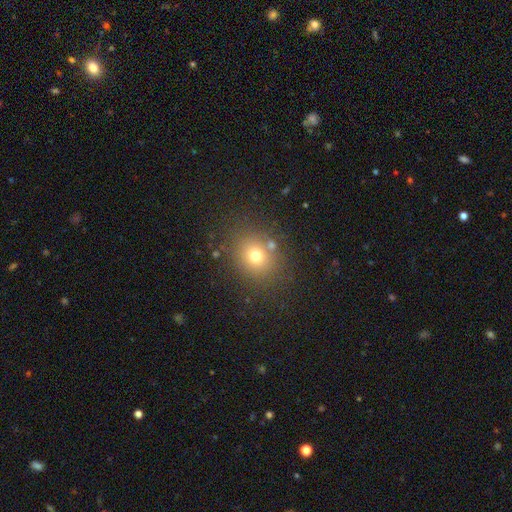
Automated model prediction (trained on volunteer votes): Smooth or featured? Predicted: smooth (p=0.72). How rounded? Predicted: round (p=0.70). Merging? Predicted: none (p=0.80).